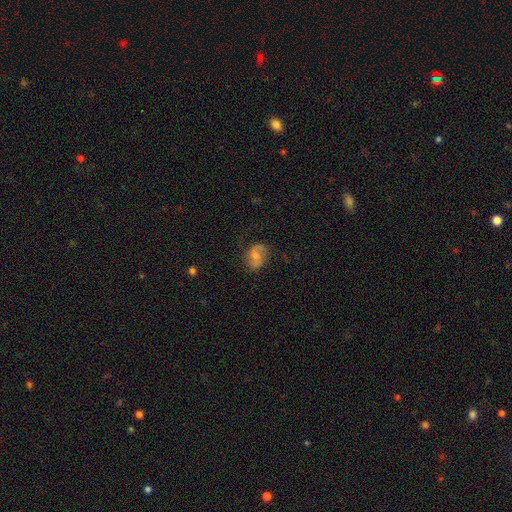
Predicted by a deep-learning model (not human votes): Morphology: type=featured or disk (60%); edge-on=no (97%); bar=no (46%); spiral arms=yes (87%); winding=medium (44%); arm count=2 (82%); bulge=moderate (53%); merging=none (74%).